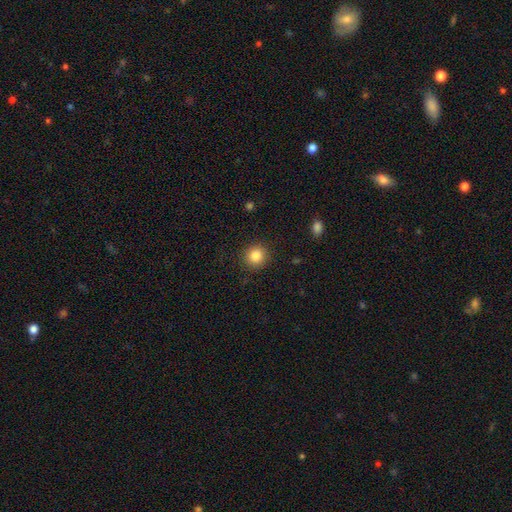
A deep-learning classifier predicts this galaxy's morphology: Smooth or featured?
  - smooth: 84% *
  - star or artifact: 10%
  - featured or disk: 5%
How rounded?
  - round: 91% *
  - in between: 8%
  - cigar-shaped: 1%
Merging?
  - none: 90% *
  - minor disturbance: 6%
  - major disturbance: 2%
  - merger: 1%